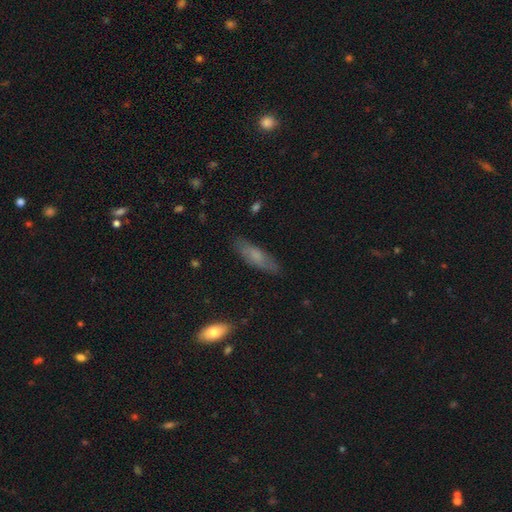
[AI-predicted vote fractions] Smooth or featured? smooth (66%)
How rounded? cigar-shaped (56%)
Merging? none (81%)